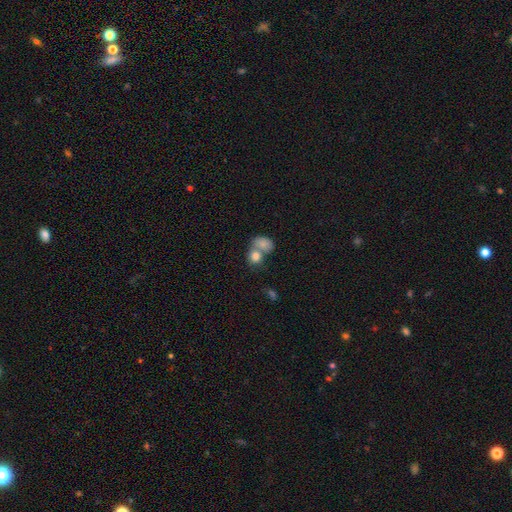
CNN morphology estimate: Overall: smooth (82%). How rounded: round (56%; in between 42%). Merging: merger (58%; none 29%).